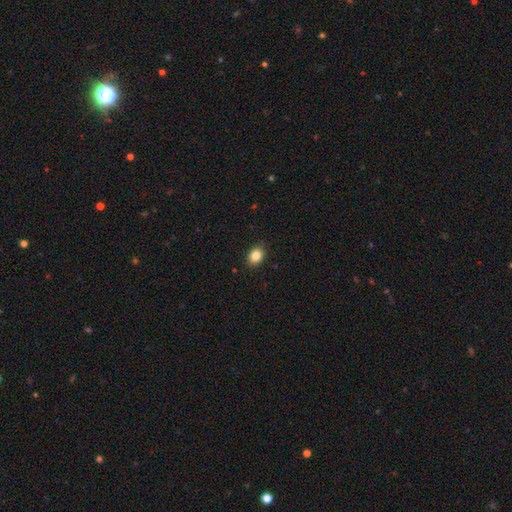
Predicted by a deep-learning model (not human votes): Smooth or featured?
  - smooth: 85% *
  - star or artifact: 9%
  - featured or disk: 6%
How rounded?
  - in between: 67% *
  - round: 32%
  - cigar-shaped: 1%
Merging?
  - none: 88% *
  - minor disturbance: 9%
  - major disturbance: 2%
  - merger: 1%